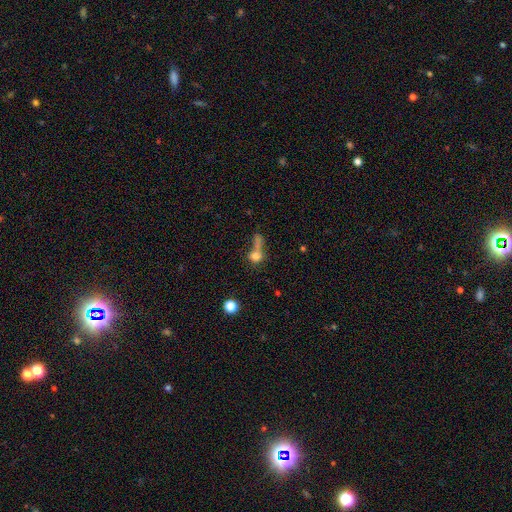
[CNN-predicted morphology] Q: Smooth or featured?
A: smooth (72%); runner-up: featured or disk (14%)
Q: How rounded?
A: round (61%); runner-up: in between (34%)
Q: Merging?
A: merger (46%); runner-up: none (30%)